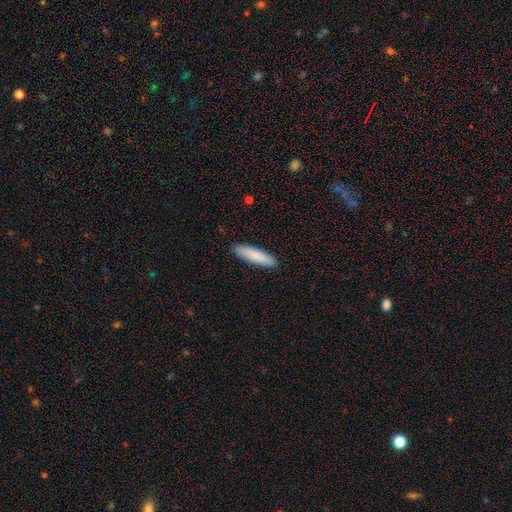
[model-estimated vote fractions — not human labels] This appears to be a smooth galaxy with no disk features (85%) that is cigar-shaped (79%). Merging: none (91%).